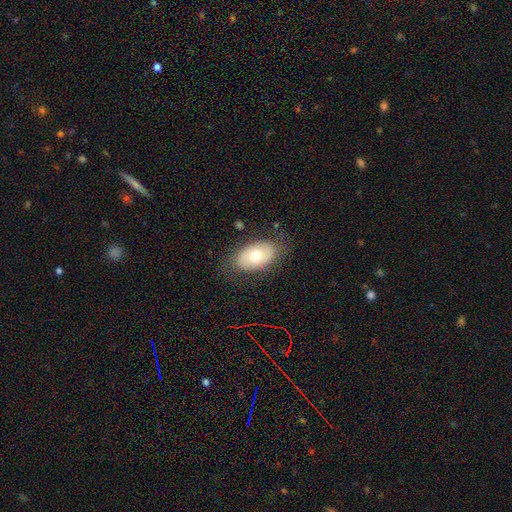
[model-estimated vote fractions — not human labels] This appears to be a smooth galaxy with no disk features (64%) that is in between round and cigar-shaped (91%). Merging: none (76%).